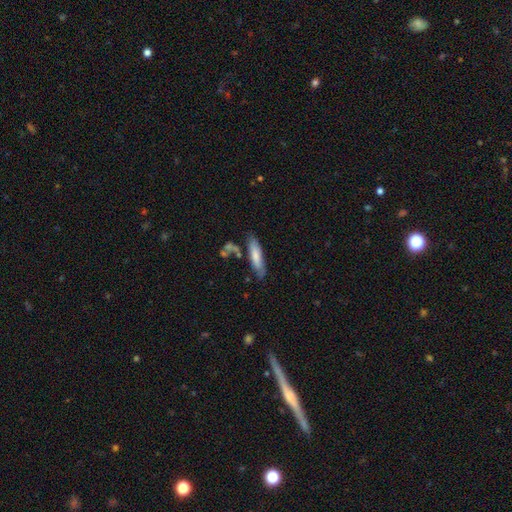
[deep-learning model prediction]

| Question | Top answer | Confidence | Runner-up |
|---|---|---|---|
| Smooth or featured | smooth | 71% | featured or disk (23%) |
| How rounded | cigar-shaped | 70% | in between (29%) |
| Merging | none | 69% | minor disturbance (19%) |